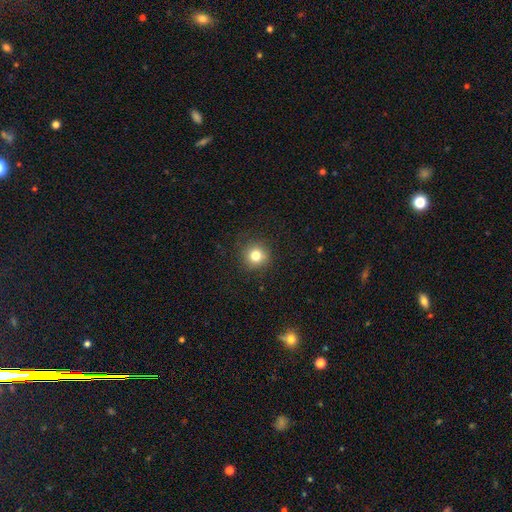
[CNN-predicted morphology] Q: Smooth or featured?
A: smooth (80%); runner-up: star or artifact (13%)
Q: How rounded?
A: round (92%); runner-up: in between (7%)
Q: Merging?
A: none (88%); runner-up: minor disturbance (8%)